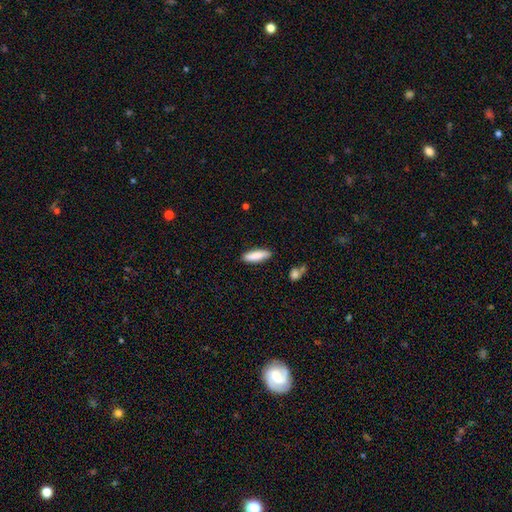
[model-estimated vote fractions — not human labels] Q: Smooth or featured?
A: smooth (86%); runner-up: featured or disk (8%)
Q: How rounded?
A: cigar-shaped (58%); runner-up: in between (41%)
Q: Merging?
A: none (85%); runner-up: minor disturbance (11%)